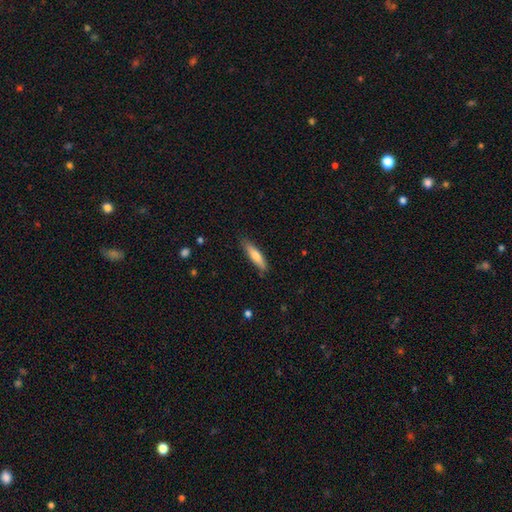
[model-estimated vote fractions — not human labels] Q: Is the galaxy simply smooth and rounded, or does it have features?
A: smooth — 70%.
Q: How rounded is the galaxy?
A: cigar-shaped — 75%.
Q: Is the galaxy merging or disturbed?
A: none — 83%.